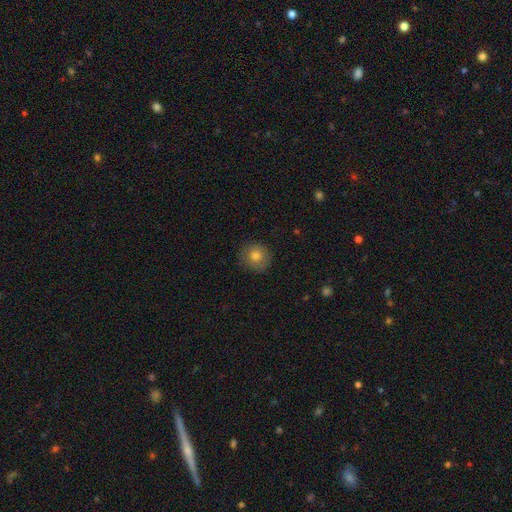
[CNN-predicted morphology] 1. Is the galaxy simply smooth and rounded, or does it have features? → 75% smooth, 14% featured or disk, 10% star or artifact.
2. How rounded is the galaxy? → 90% round, 9% in between, 1% cigar-shaped.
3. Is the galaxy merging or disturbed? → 83% none, 12% minor disturbance, 3% major disturbance, 1% merger.